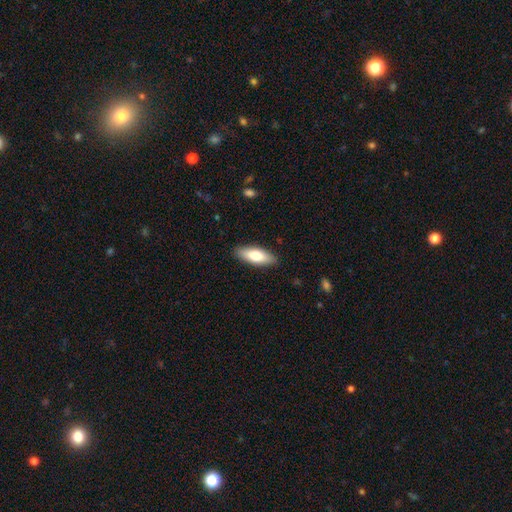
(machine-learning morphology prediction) The model was most divided on "how rounded": in between: 66%, cigar-shaped: 32%, round: 2%. More confident: merging — none (89%); smooth or featured — smooth (75%).